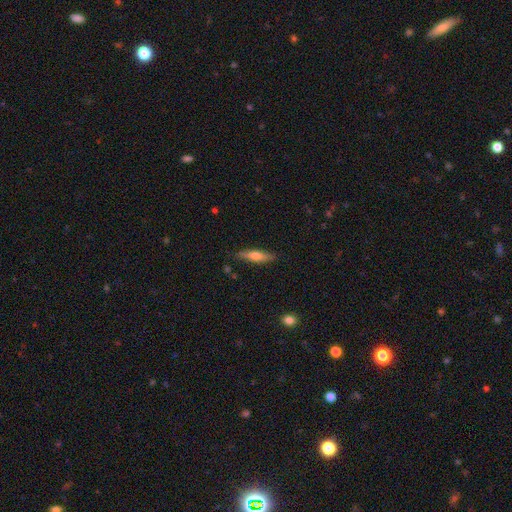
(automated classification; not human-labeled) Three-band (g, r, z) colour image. It shows a smooth galaxy with no disk features (54%) that is cigar-shaped (80%). Merging: none (85%).